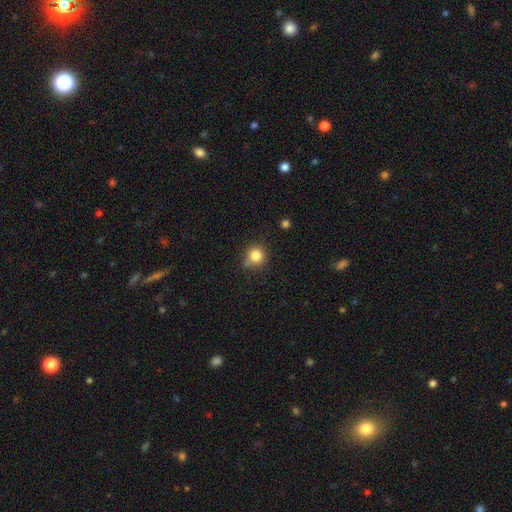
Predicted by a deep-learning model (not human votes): Smooth or featured? smooth (83%)
How rounded? round (91%)
Merging? none (75%)